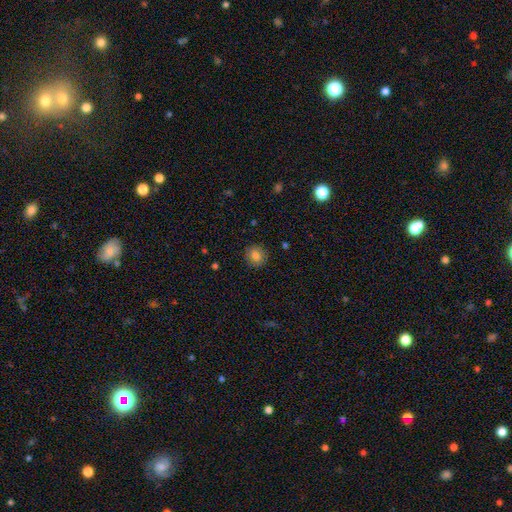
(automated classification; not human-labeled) A smooth galaxy with no disk features (80%) that is round (90%).

Vote fractions:
- Smooth or featured? smooth: 80% / star or artifact: 11% / featured or disk: 9%
- How rounded? round: 90% / in between: 9% / cigar-shaped: 1%
- Merging? none: 89% / minor disturbance: 8% / major disturbance: 2% / merger: 1%